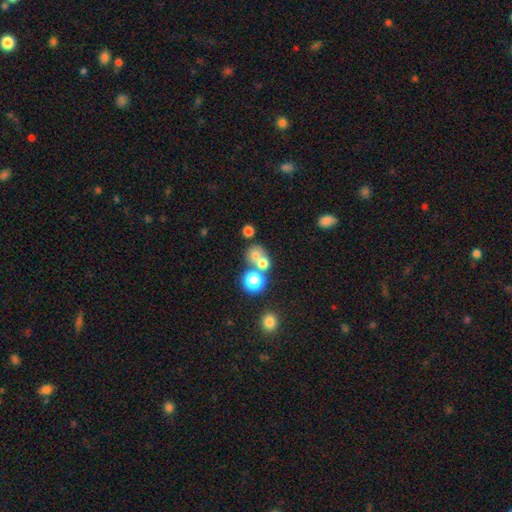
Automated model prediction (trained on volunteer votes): smooth-or-featured: smooth: 65% | star or artifact: 21% | featured or disk: 15%
  how-rounded: round: 78% | in between: 21% | cigar-shaped: 1%
  merging: none: 46% | merger: 42% | minor disturbance: 8% | major disturbance: 5%